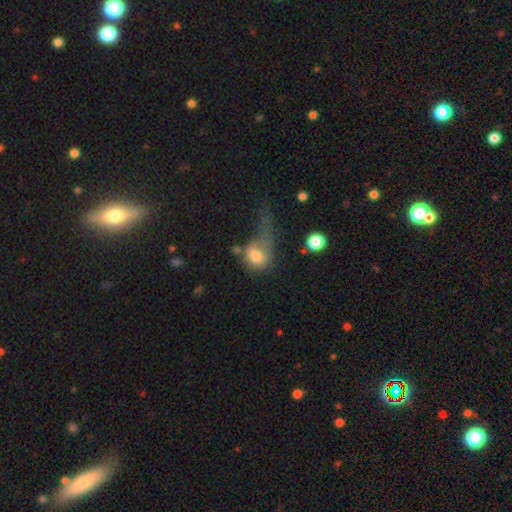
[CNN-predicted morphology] The model was most divided on "how rounded": in between: 50%, round: 47%, cigar-shaped: 2%. More confident: smooth or featured — smooth (69%); merging — major disturbance (59%).